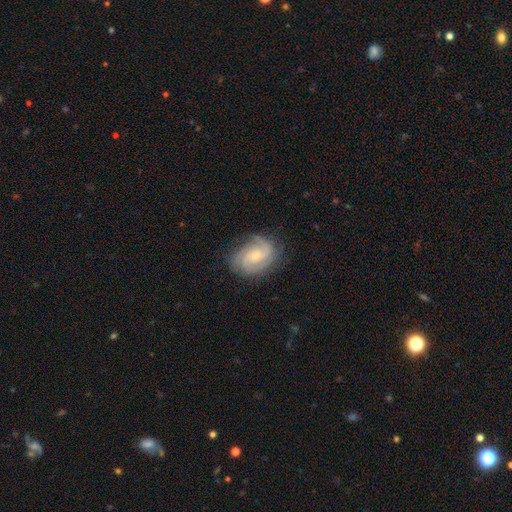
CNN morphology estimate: The model was most divided on "spiral arm count": 2: 37%, 3: 32%, can't tell: 16%, 4: 6%, 1: 5%, more than 4: 4%. Remaining: edge-on disk — no (98%); spiral arms — yes (97%); smooth or featured — featured or disk (84%); merging — none (76%); bulge size — small (66%); bar — no (60%); spiral winding — tight (49%).